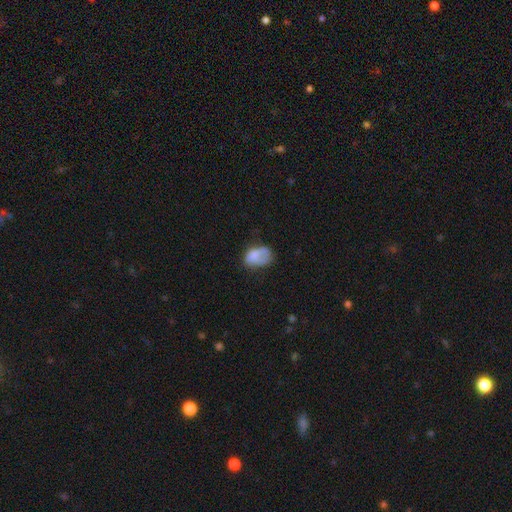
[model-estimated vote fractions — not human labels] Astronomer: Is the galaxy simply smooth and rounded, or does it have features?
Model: smooth — 68%.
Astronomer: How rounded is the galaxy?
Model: in between — 82%.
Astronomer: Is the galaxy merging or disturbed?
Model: none — 35% (runner-up: minor disturbance, 31%).